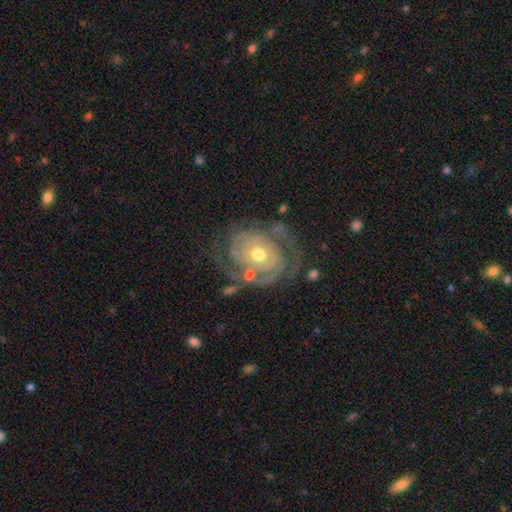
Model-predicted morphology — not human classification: featured or disk 89%, smooth 6%, star or artifact 5%. Down the decision tree: edge-on disk — no (97%); bar — no (78%); spiral arms — yes (95%); spiral arm count — 2 (48%); spiral winding — tight (73%); bulge size — moderate (67%); merging — none (65%).